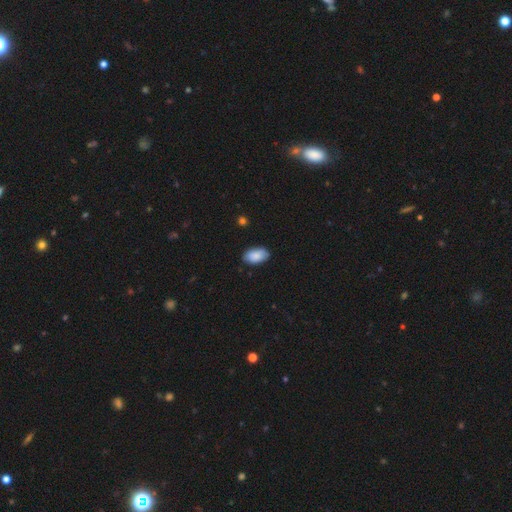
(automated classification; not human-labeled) Smooth or featured?
  - smooth: 88% *
  - star or artifact: 6%
  - featured or disk: 6%
How rounded?
  - in between: 95% *
  - round: 4%
  - cigar-shaped: 2%
Merging?
  - none: 84% *
  - minor disturbance: 13%
  - major disturbance: 2%
  - merger: 1%